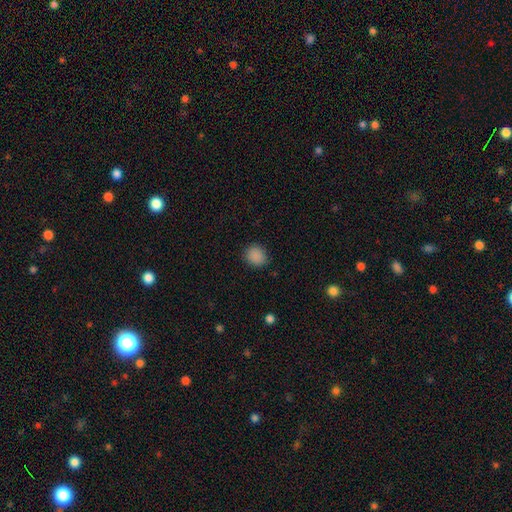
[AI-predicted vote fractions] A smooth galaxy with no disk features (87%) that is round (75%).

Vote fractions:
- Smooth or featured? smooth: 87% / star or artifact: 10% / featured or disk: 3%
- How rounded? round: 75% / in between: 24% / cigar-shaped: 1%
- Merging? none: 85% / minor disturbance: 11% / major disturbance: 3% / merger: 1%